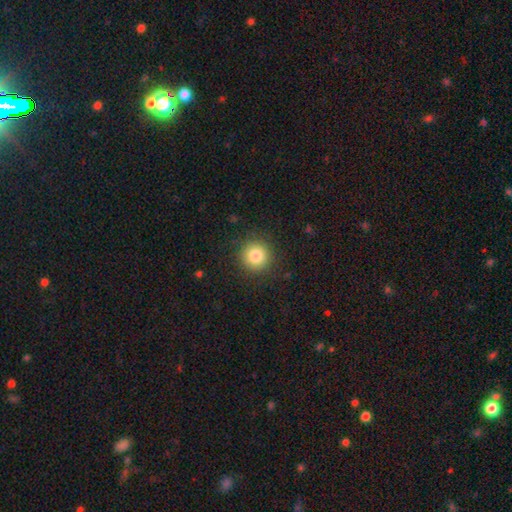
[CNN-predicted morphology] smooth 83%, star or artifact 11%, featured or disk 6%. Down the decision tree: how rounded — round (95%); merging — none (90%).